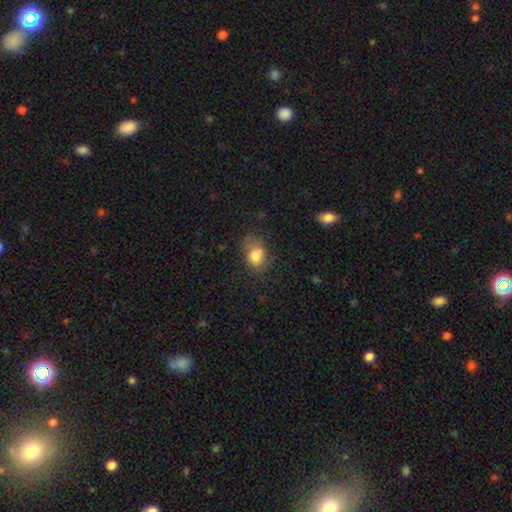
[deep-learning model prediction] A smooth galaxy with no disk features (77%) that is in between round and cigar-shaped (69%). Merging: none (46%).